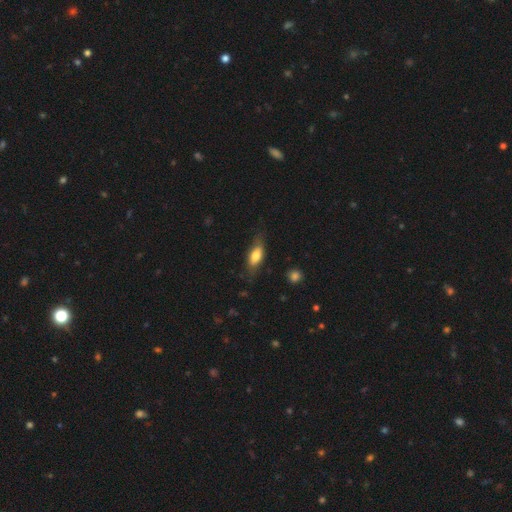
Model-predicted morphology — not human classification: Smooth or featured? Predicted: smooth (p=0.71). How rounded? Predicted: in between (p=0.76). Merging? Predicted: none (p=0.69).